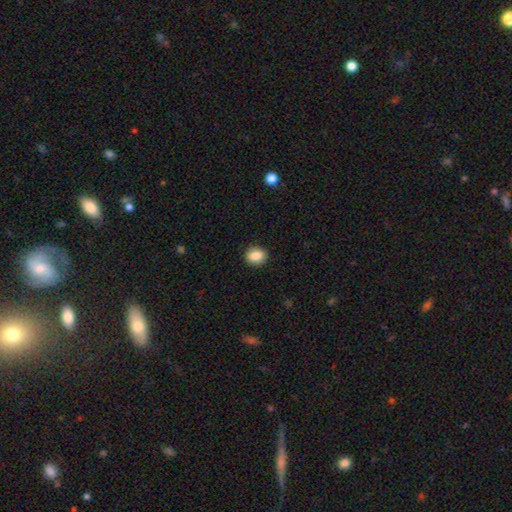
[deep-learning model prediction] smooth_or_featured: smooth (p=0.86) [alt: star or artifact p=0.08]
how_rounded: round (p=0.69) [alt: in between p=0.30]
merging: none (p=0.91) [alt: minor disturbance p=0.06]